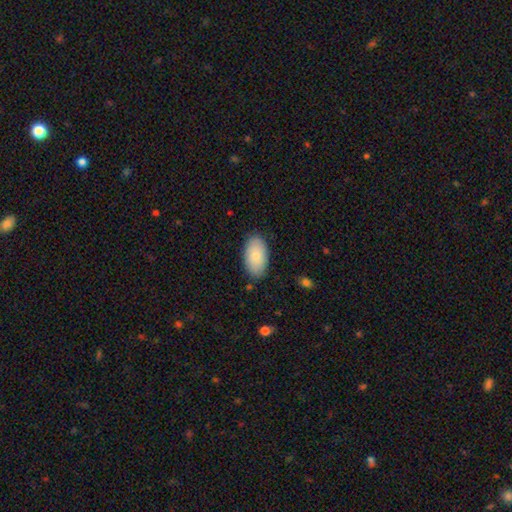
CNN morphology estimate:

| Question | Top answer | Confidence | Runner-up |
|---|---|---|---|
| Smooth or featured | smooth | 82% | featured or disk (13%) |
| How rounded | in between | 95% | round (3%) |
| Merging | none | 85% | minor disturbance (11%) |